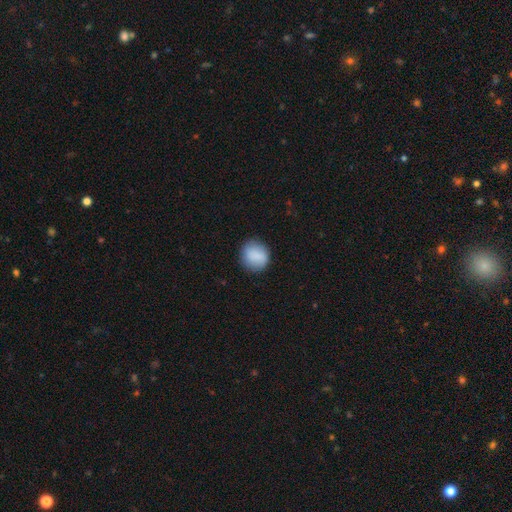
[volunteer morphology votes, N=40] smooth-or-featured: smooth: 95% | featured or disk: 2% | star or artifact: 2%
  how-rounded: round: 84% | in between: 16% | cigar-shaped: 0%
  merging: none: 85% | minor disturbance: 13% | major disturbance: 3% | merger: 0%